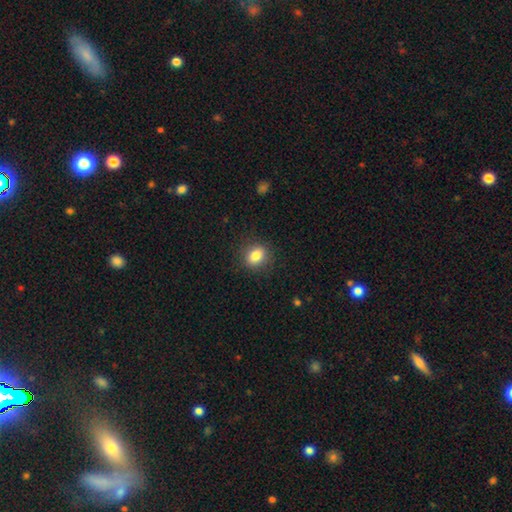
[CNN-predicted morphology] smooth_or_featured: smooth (p=0.84) [alt: star or artifact p=0.10]
how_rounded: round (p=0.51) [alt: in between p=0.48]
merging: none (p=0.87) [alt: minor disturbance p=0.09]